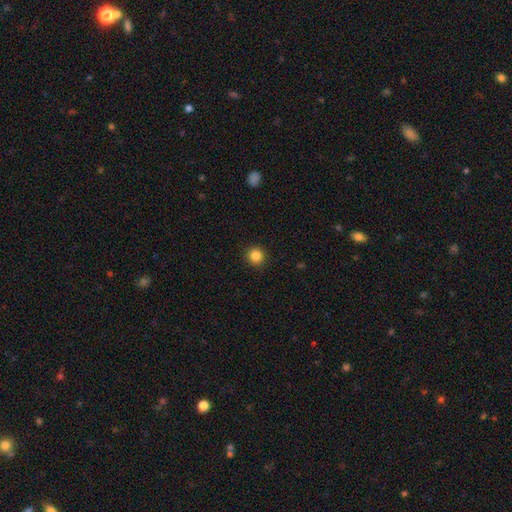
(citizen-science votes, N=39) smooth_or_featured: smooth (p=0.87) [alt: star or artifact p=0.10]
how_rounded: round (p=0.91) [alt: in between p=0.06]
merging: none (p=0.83) [alt: minor disturbance p=0.11]